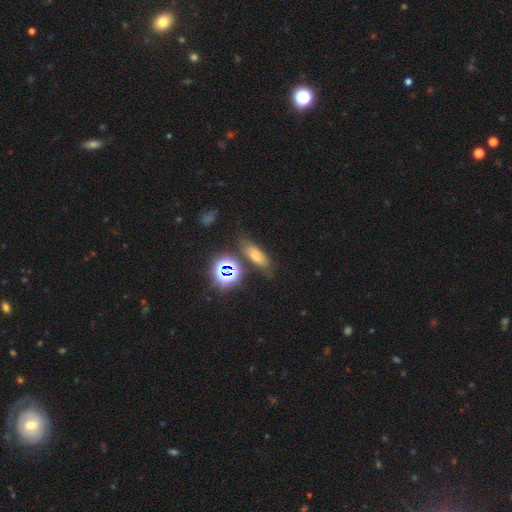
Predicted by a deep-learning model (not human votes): Q: Smooth or featured?
A: smooth (59%); runner-up: star or artifact (26%)
Q: How rounded?
A: in between (64%); runner-up: cigar-shaped (26%)
Q: Merging?
A: none (71%); runner-up: minor disturbance (16%)